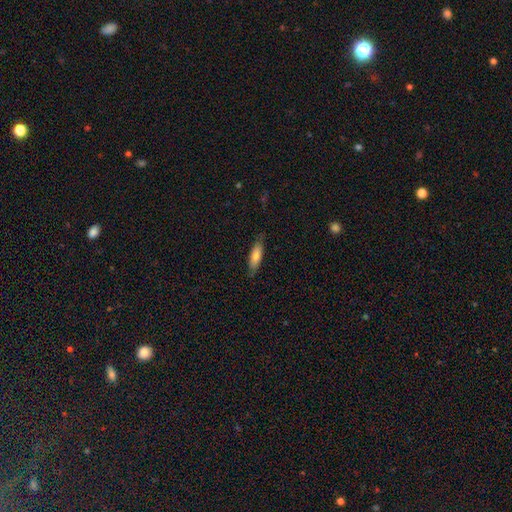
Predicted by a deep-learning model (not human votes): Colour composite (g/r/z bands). It shows a smooth galaxy with no disk features (73%) that is cigar-shaped (54%). Merging: none (80%).